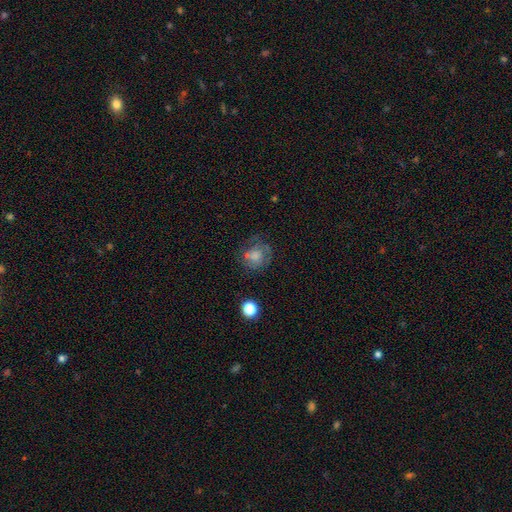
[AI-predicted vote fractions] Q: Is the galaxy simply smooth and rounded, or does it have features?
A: smooth — 43%.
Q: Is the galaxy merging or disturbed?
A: none — 62%.